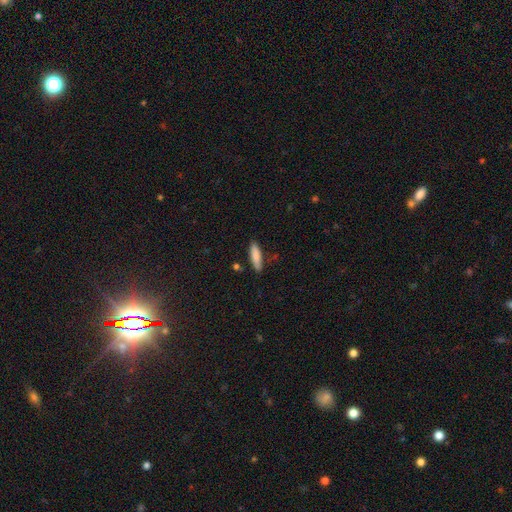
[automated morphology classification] The model was most divided on "how rounded": cigar-shaped: 67%, in between: 31%, round: 2%. More confident: smooth or featured — smooth (84%); merging — none (82%).